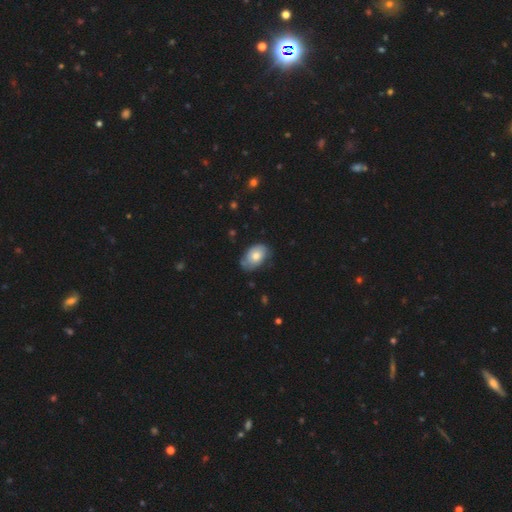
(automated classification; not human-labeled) A smooth galaxy with no disk features (66%) that is in between round and cigar-shaped (86%).

Vote fractions:
- Smooth or featured? smooth: 66% / featured or disk: 27% / star or artifact: 7%
- How rounded? in between: 86% / round: 13% / cigar-shaped: 1%
- Merging? none: 63% / minor disturbance: 28% / major disturbance: 7% / merger: 2%